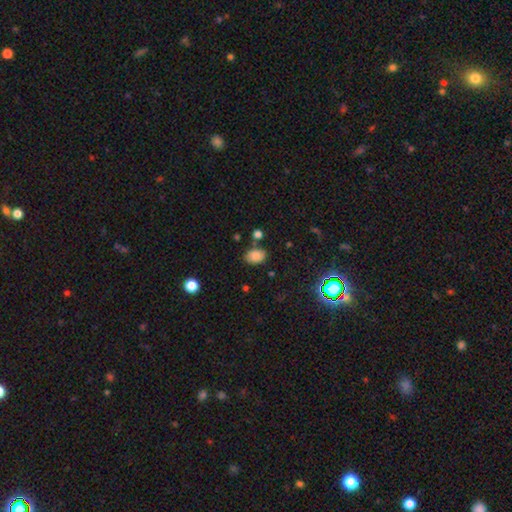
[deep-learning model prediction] Smooth or featured? Predicted: smooth (p=0.81). How rounded? Predicted: in between (p=0.77). Merging? Predicted: none (p=0.71).